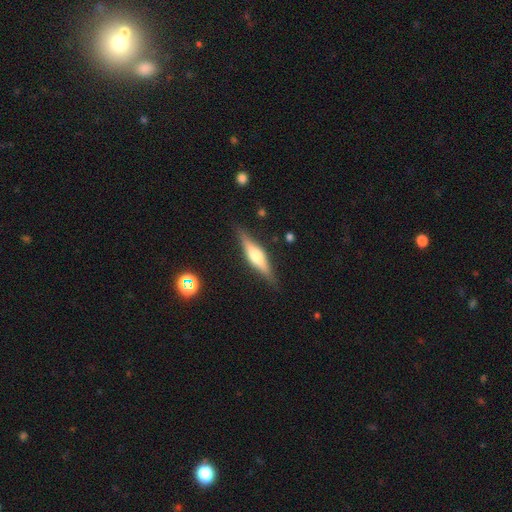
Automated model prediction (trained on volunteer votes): smooth-or-featured: featured or disk: 67% | smooth: 27% | star or artifact: 6%
  disk-edge-on: yes: 96% | no: 4%
    edge-on-bulge: rounded: 87% | boxy: 10% | none: 3%
  merging: none: 87% | minor disturbance: 10% | major disturbance: 2% | merger: 1%